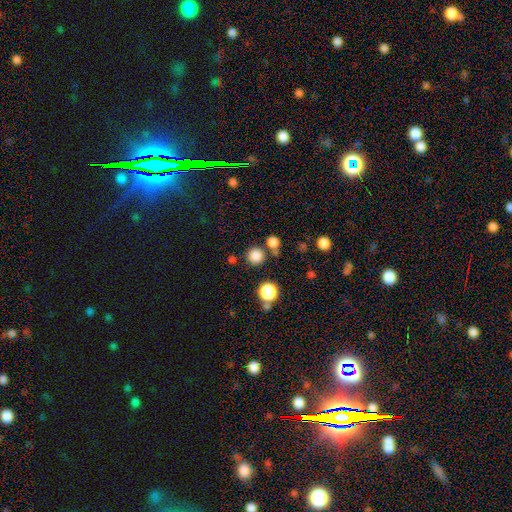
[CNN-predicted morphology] Smooth or featured: smooth — 81% (star or artifact — 15%)
How rounded: round — 94% (in between — 5%)
Merging: none — 79% (merger — 11%)